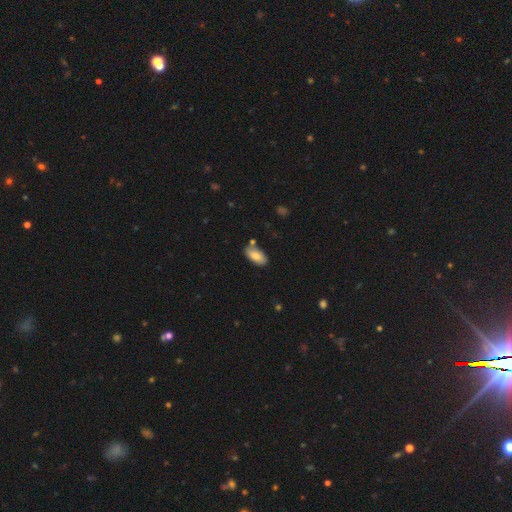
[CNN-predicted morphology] A smooth galaxy with no disk features (81%) that is in between round and cigar-shaped (93%). Merging: none (76%).